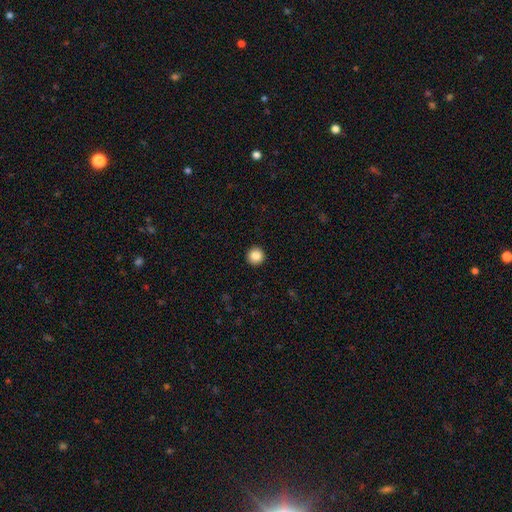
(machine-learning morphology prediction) Q: Smooth or featured?
A: smooth (86%); runner-up: star or artifact (10%)
Q: How rounded?
A: round (96%); runner-up: in between (3%)
Q: Merging?
A: none (94%); runner-up: minor disturbance (4%)